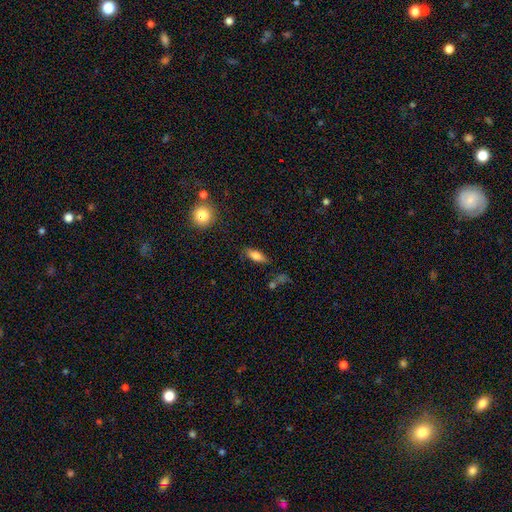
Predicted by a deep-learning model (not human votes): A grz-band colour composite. It shows a smooth galaxy with no disk features (78%) that is in between round and cigar-shaped (77%). Merging: none (77%).